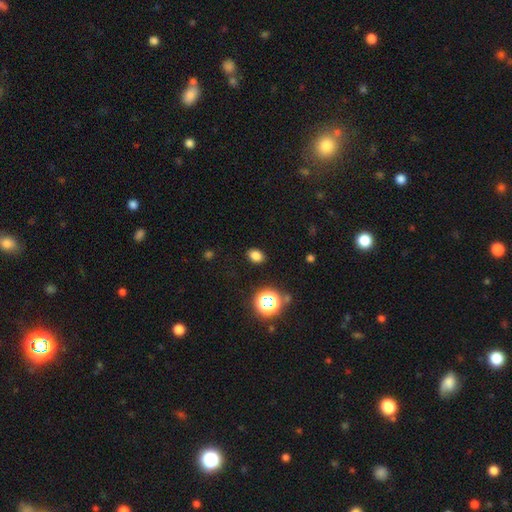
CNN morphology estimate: Q: Smooth or featured?
A: smooth (78%); runner-up: star or artifact (17%)
Q: How rounded?
A: in between (70%); runner-up: round (29%)
Q: Merging?
A: none (87%); runner-up: minor disturbance (9%)